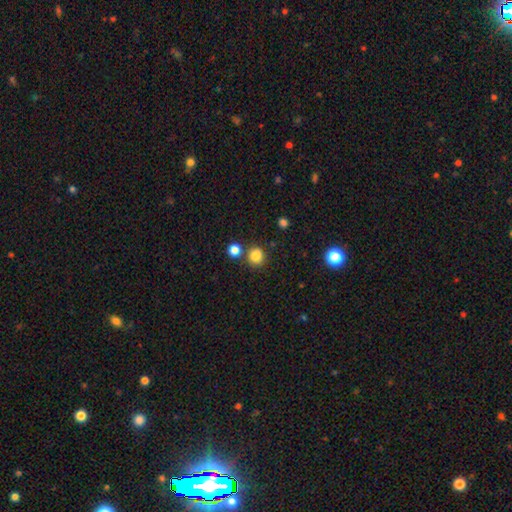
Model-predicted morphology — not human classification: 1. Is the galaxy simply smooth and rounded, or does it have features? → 83% smooth, 13% star or artifact, 4% featured or disk.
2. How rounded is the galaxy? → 85% round, 14% in between, 1% cigar-shaped.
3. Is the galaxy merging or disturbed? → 76% none, 12% merger, 9% minor disturbance, 3% major disturbance.